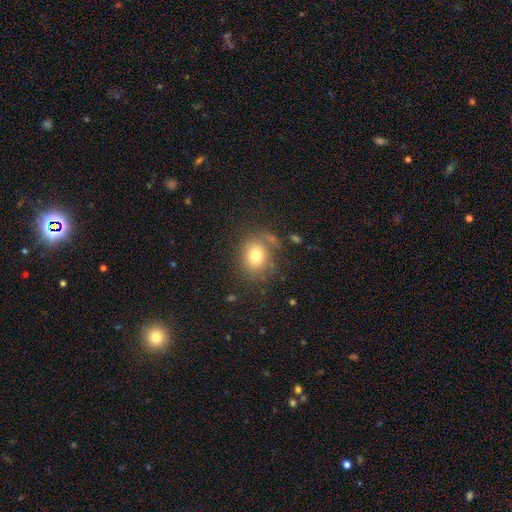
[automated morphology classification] A smooth galaxy with no disk features (76%) that is round (64%).

Vote fractions:
- Smooth or featured? smooth: 76% / featured or disk: 12% / star or artifact: 12%
- How rounded? round: 64% / in between: 35% / cigar-shaped: 1%
- Merging? none: 70% / minor disturbance: 16% / major disturbance: 7% / merger: 6%